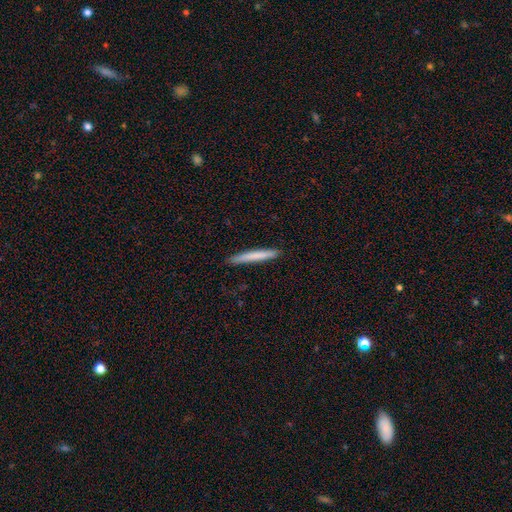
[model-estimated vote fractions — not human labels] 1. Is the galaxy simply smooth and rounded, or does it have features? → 73% smooth, 21% featured or disk, 6% star or artifact.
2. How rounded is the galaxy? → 97% cigar-shaped, 2% in between, 1% round.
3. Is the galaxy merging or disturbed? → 90% none, 8% minor disturbance, 1% major disturbance, 1% merger.